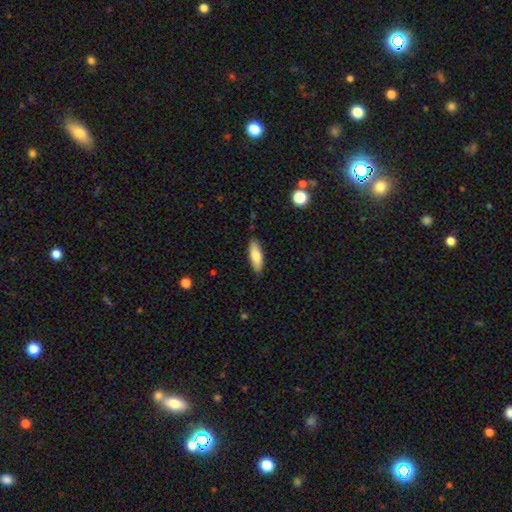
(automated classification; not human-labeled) This appears to be a smooth galaxy with no disk features (80%) that is in between round and cigar-shaped (59%). Merging: none (87%).